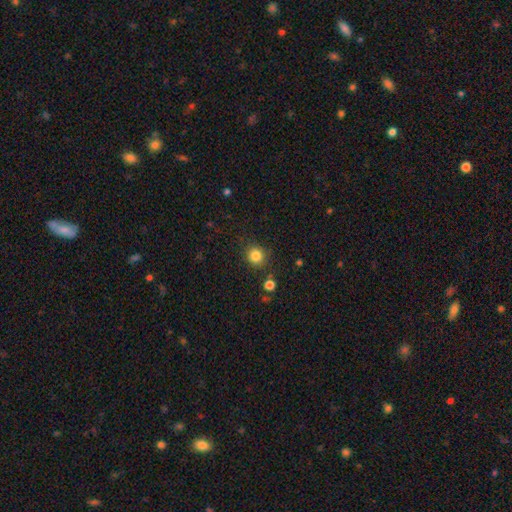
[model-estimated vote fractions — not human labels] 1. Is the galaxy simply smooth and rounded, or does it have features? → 84% smooth, 12% star or artifact, 4% featured or disk.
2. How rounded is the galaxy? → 88% round, 11% in between, 1% cigar-shaped.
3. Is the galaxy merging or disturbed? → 86% none, 8% minor disturbance, 3% merger, 3% major disturbance.